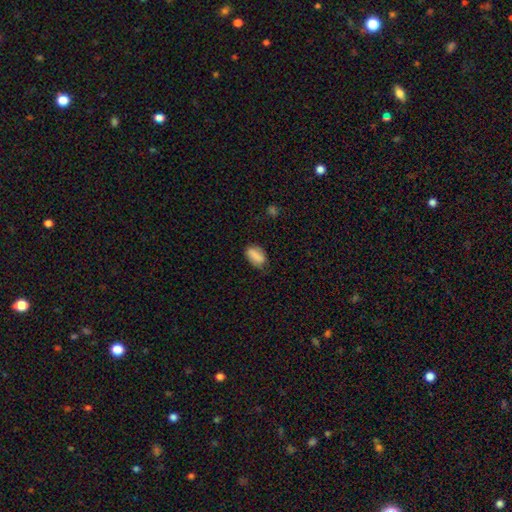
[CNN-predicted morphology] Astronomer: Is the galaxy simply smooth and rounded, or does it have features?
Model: smooth — 84%.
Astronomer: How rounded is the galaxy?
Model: in between — 89%.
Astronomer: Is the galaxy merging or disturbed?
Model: none — 69%.